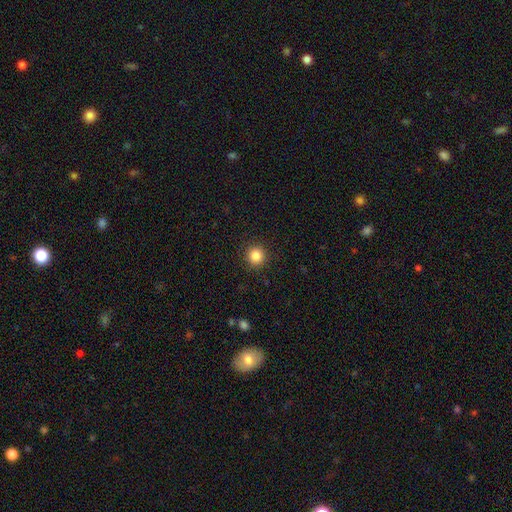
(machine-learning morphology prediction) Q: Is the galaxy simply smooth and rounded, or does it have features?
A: smooth — 85%.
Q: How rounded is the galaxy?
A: round — 94%.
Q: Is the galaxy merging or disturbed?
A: none — 92%.